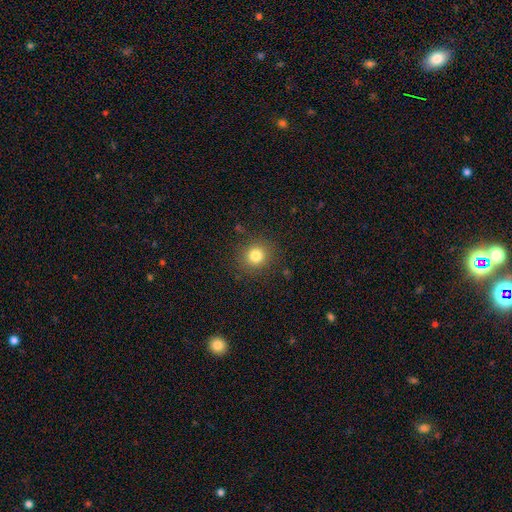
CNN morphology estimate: A smooth galaxy with no disk features (81%) that is round (88%).

Vote fractions:
- Smooth or featured? smooth: 81% / star or artifact: 13% / featured or disk: 6%
- How rounded? round: 88% / in between: 11% / cigar-shaped: 1%
- Merging? none: 88% / minor disturbance: 8% / major disturbance: 3% / merger: 1%